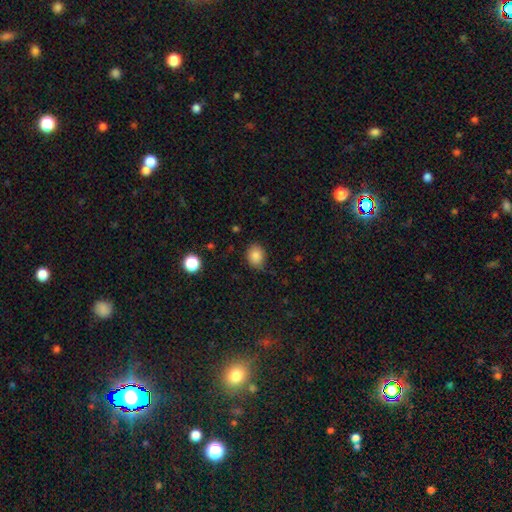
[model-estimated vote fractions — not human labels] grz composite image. It shows a smooth galaxy with no disk features (84%) that is round (54%). Merging: none (78%).